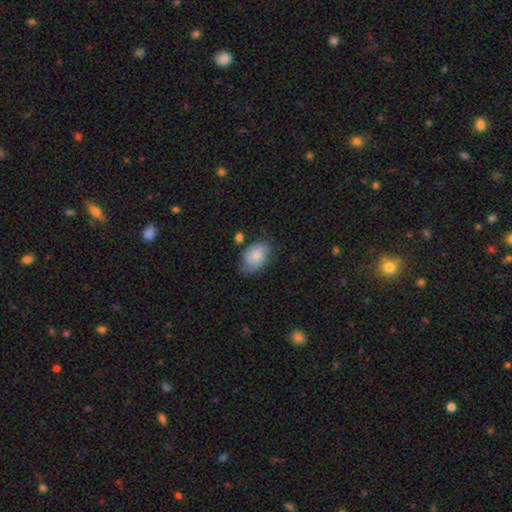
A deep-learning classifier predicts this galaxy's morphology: Smooth or featured: smooth — 76% (featured or disk — 17%)
How rounded: in between — 85% (round — 13%)
Merging: none — 59% (minor disturbance — 28%)